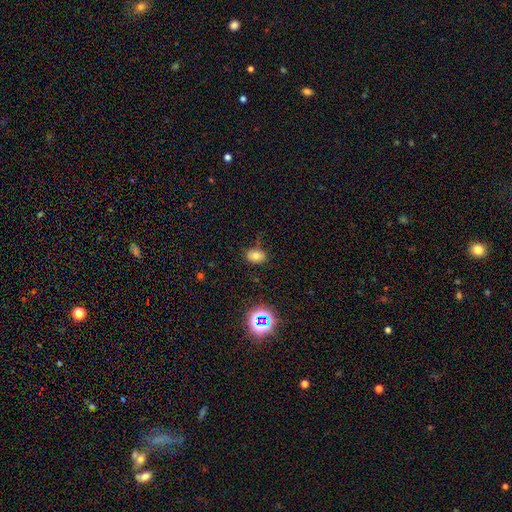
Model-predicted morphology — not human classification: Overall: smooth (73%). How rounded: in between (75%). Merging: none (74%).